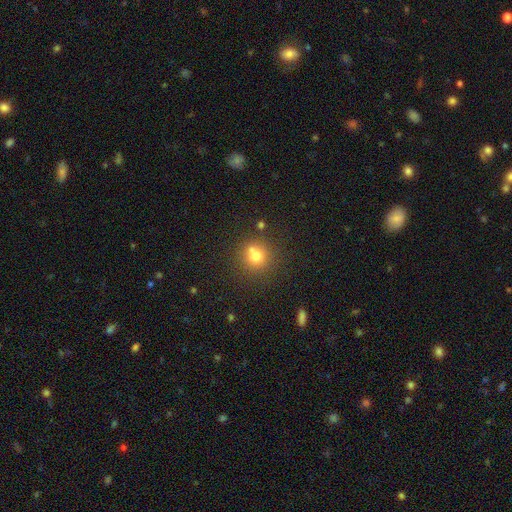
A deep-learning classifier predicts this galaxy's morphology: Overall: smooth (71%). How rounded: round (88%). Merging: none (58%; merger 28%).